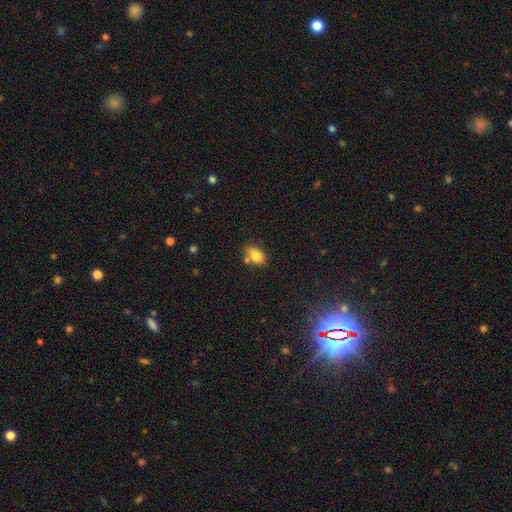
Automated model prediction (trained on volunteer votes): This appears to be a smooth galaxy with no disk features (80%) that is in between round and cigar-shaped (86%). Merging: none (69%).